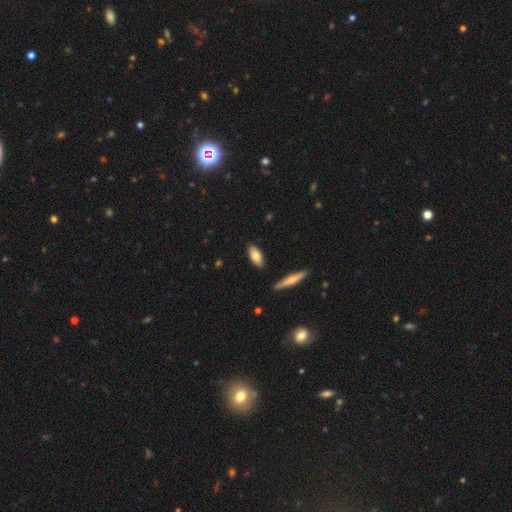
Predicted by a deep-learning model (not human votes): Q: Smooth or featured?
A: smooth (78%); runner-up: featured or disk (17%)
Q: How rounded?
A: in between (80%); runner-up: cigar-shaped (18%)
Q: Merging?
A: none (86%); runner-up: minor disturbance (10%)